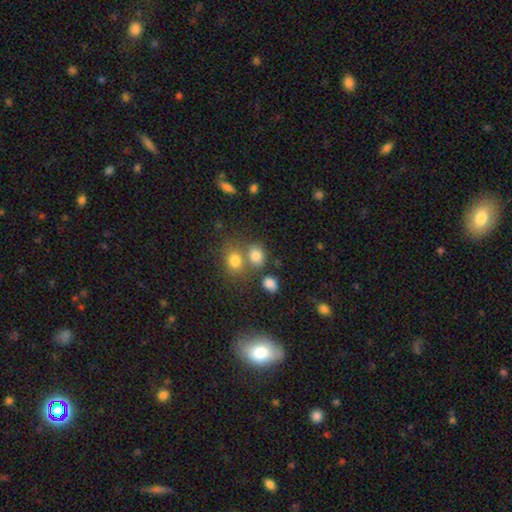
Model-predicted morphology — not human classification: The model was most divided on "how rounded": round: 51%, in between: 48%, cigar-shaped: 1%. Remaining: smooth or featured — smooth (78%); merging — none (49%).